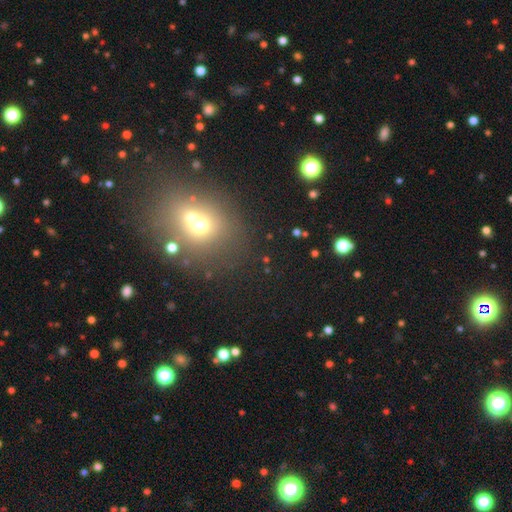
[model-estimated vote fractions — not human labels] Overall: smooth (49%; star or artifact 38%). Merging: none (76%).